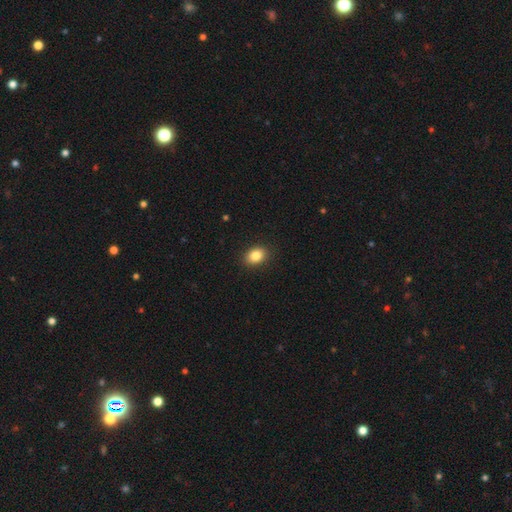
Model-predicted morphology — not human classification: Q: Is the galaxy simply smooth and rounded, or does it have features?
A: smooth — 85%.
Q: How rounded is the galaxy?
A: in between — 68%.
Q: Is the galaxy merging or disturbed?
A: none — 89%.